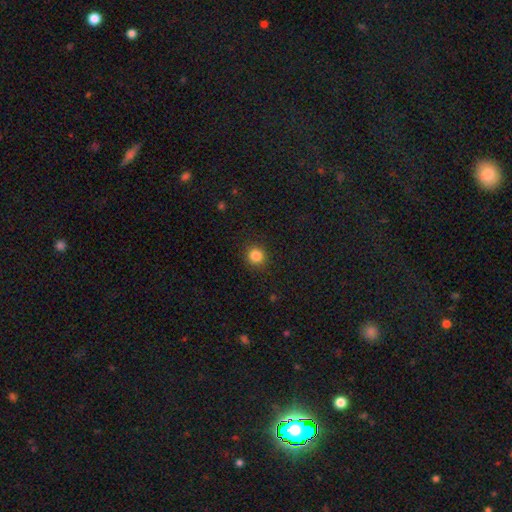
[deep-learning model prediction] Smooth or featured? smooth (84%)
How rounded? round (90%)
Merging? none (91%)